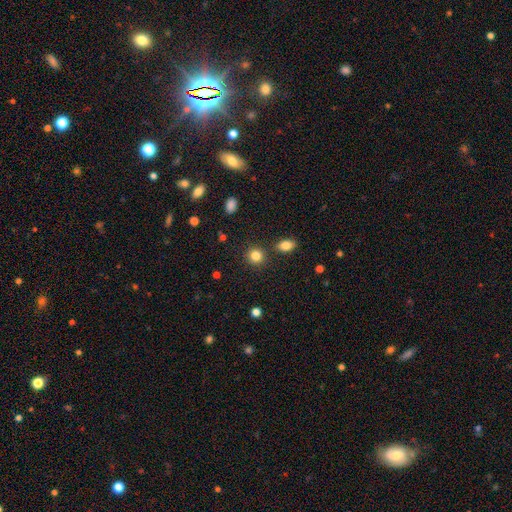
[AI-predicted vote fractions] Smooth or featured?
  - smooth: 84% *
  - star or artifact: 11%
  - featured or disk: 5%
How rounded?
  - round: 87% *
  - in between: 12%
  - cigar-shaped: 1%
Merging?
  - none: 84% *
  - minor disturbance: 7%
  - merger: 6%
  - major disturbance: 3%